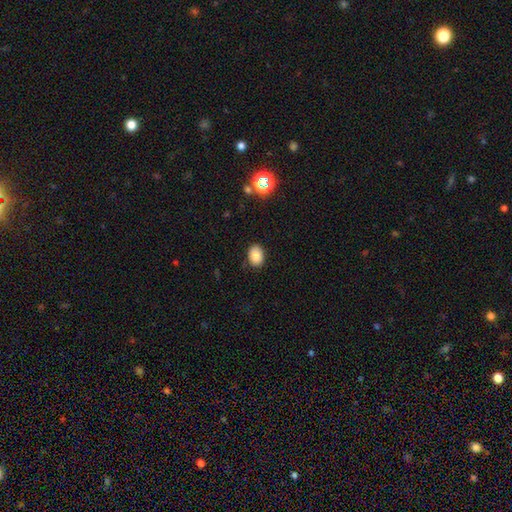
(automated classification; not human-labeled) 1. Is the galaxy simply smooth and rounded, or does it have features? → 84% smooth, 10% star or artifact, 6% featured or disk.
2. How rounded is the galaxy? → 75% in between, 24% round, 1% cigar-shaped.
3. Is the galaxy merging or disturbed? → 85% none, 11% minor disturbance, 3% major disturbance, 1% merger.